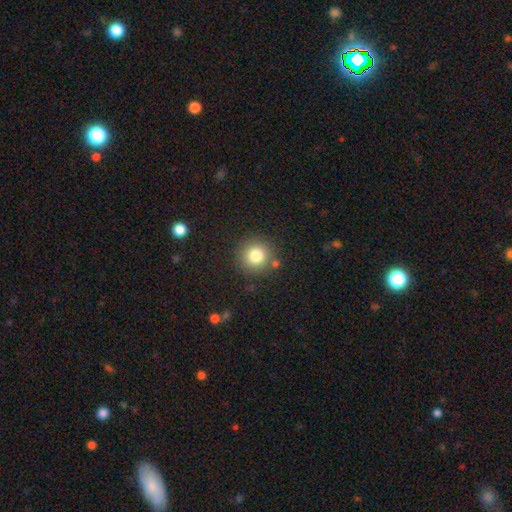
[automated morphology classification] Smooth or featured? smooth (80%)
How rounded? round (94%)
Merging? none (85%)